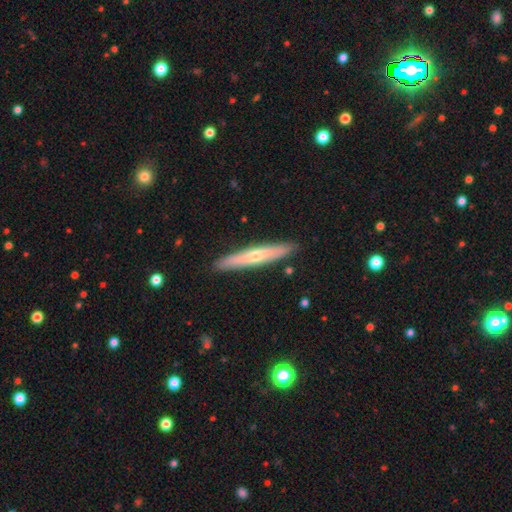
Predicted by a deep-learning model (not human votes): Smooth or featured?
  - featured or disk: 54% *
  - smooth: 40%
  - star or artifact: 5%
Edge-on disk?
  - yes: 91% *
  - no: 9%
Merging?
  - none: 90% *
  - minor disturbance: 8%
  - major disturbance: 1%
  - merger: 1%